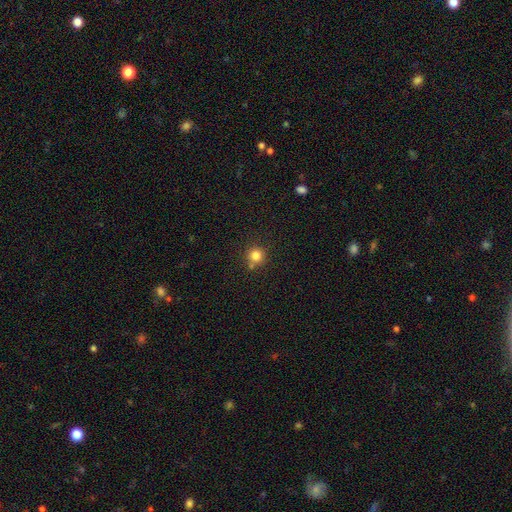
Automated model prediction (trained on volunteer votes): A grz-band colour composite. It shows a smooth galaxy with no disk features (81%) that is round (94%). Merging: none (75%).